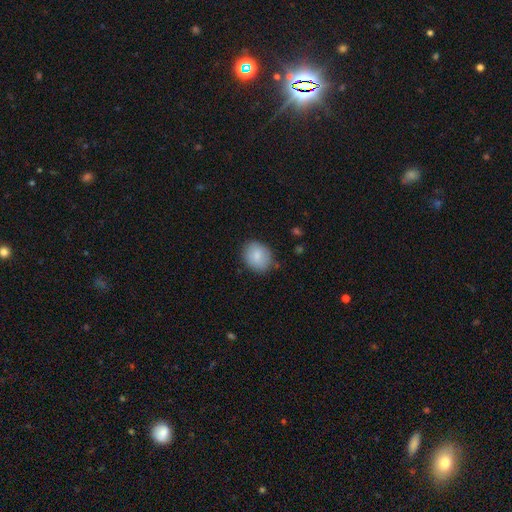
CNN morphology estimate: The model was most divided on "how rounded": round: 61%, in between: 38%, cigar-shaped: 1%. More confident: smooth or featured — smooth (84%); merging — none (81%).